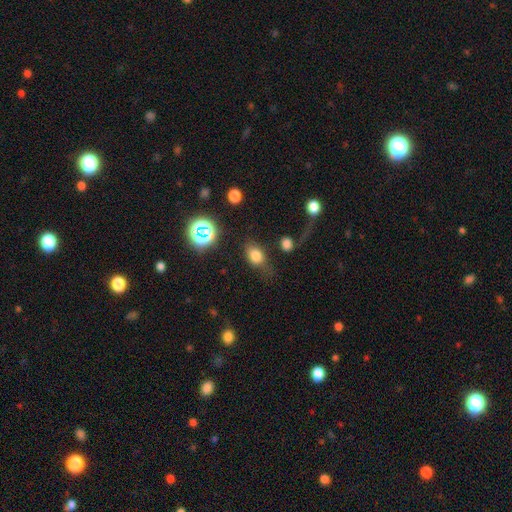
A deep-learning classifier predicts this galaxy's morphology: smooth-or-featured: smooth: 75% | star or artifact: 15% | featured or disk: 10%
  how-rounded: in between: 70% | round: 28% | cigar-shaped: 2%
  merging: none: 59% | minor disturbance: 20% | major disturbance: 14% | merger: 7%